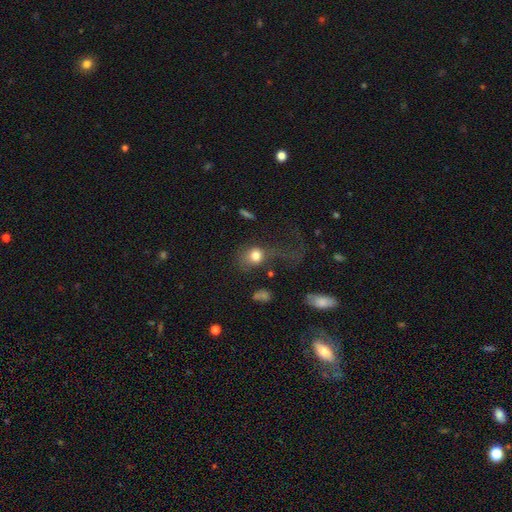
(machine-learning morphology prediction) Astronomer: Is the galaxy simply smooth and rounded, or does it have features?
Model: smooth — 73%.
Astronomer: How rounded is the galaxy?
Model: round — 60% (runner-up: in between, 38%).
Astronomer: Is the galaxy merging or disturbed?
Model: major disturbance — 53%.